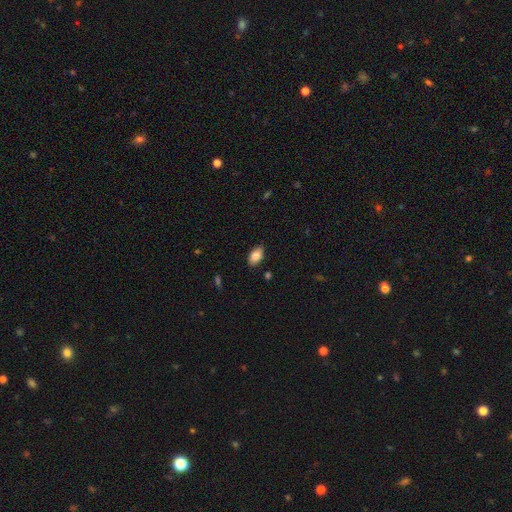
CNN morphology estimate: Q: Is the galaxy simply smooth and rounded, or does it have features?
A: smooth — 84%.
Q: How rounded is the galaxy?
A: in between — 93%.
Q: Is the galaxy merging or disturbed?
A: none — 86%.